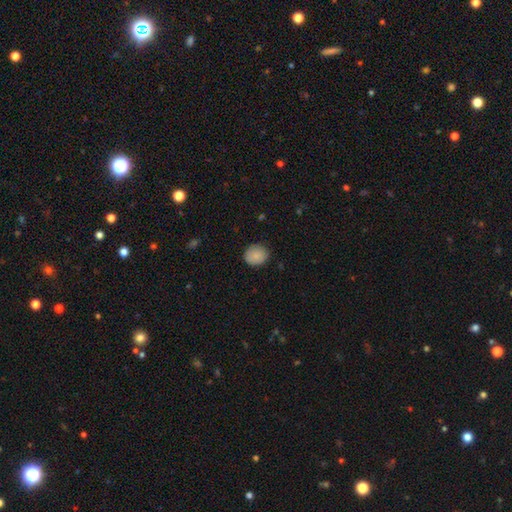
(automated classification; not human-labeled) A smooth galaxy with no disk features (87%) that is round (73%). Merging: none (84%).